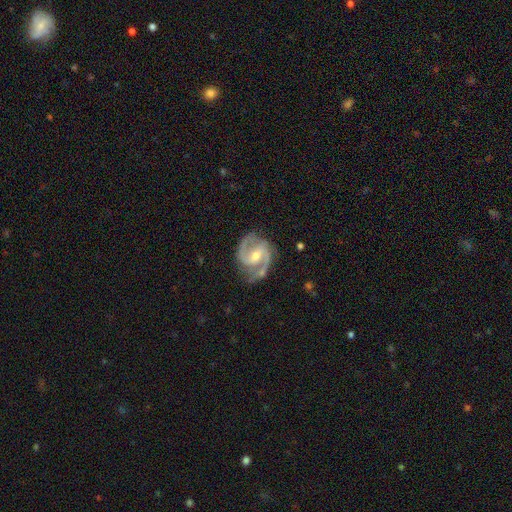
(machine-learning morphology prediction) This appears to be a featured or disk galaxy (92%) with a weak bar (50%), 2 (87%) medium (61%) spiral arms (98%) and a moderate central bulge (52%). Merging: none (73%).